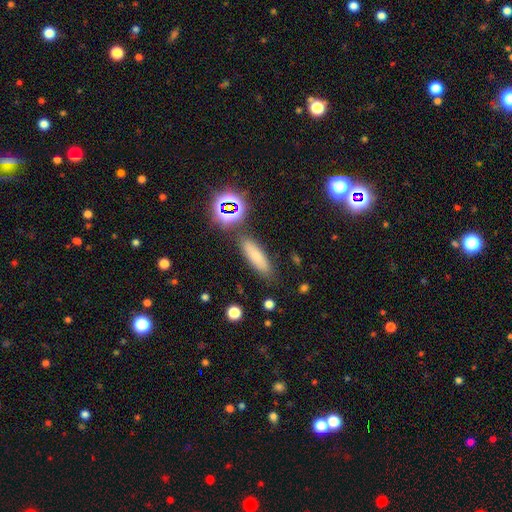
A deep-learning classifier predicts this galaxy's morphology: A smooth galaxy with no disk features (72%) that is cigar-shaped (58%).

Vote fractions:
- Smooth or featured? smooth: 72% / star or artifact: 15% / featured or disk: 13%
- How rounded? cigar-shaped: 58% / in between: 38% / round: 5%
- Merging? none: 81% / minor disturbance: 10% / merger: 5% / major disturbance: 3%